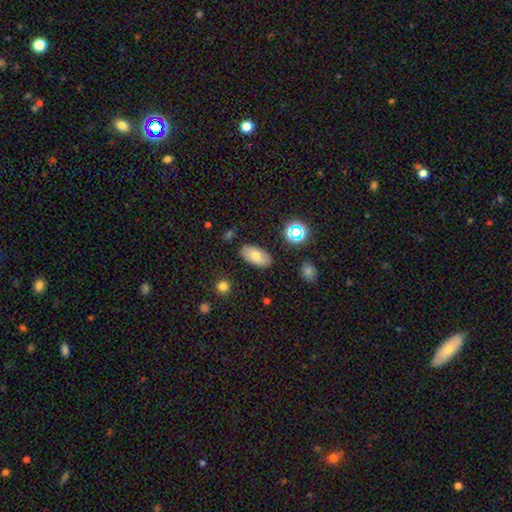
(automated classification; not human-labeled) Smooth or featured? smooth (72%)
How rounded? in between (93%)
Merging? none (84%)